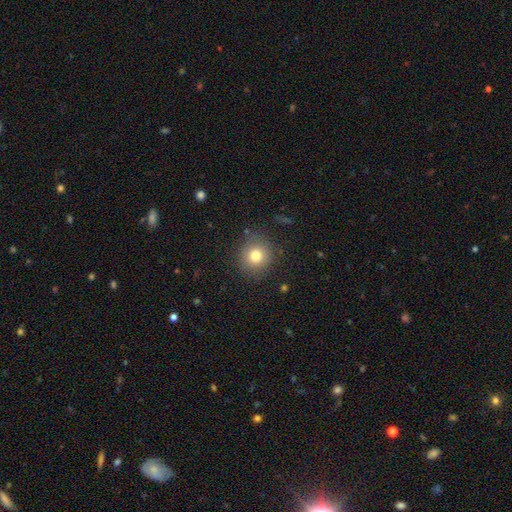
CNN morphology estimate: Smooth or featured?
  - smooth: 79% *
  - star or artifact: 11%
  - featured or disk: 9%
How rounded?
  - round: 88% *
  - in between: 11%
  - cigar-shaped: 1%
Merging?
  - none: 86% *
  - minor disturbance: 10%
  - major disturbance: 3%
  - merger: 1%